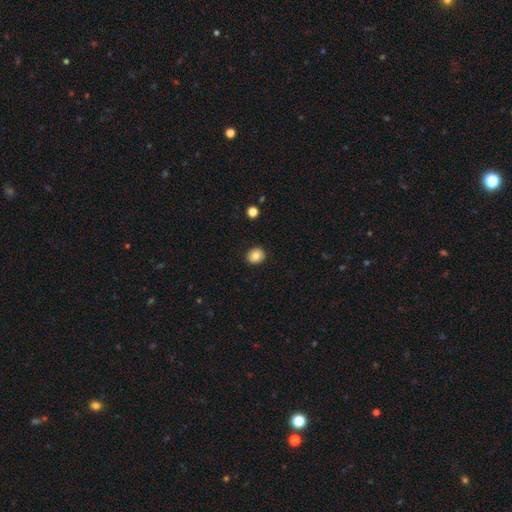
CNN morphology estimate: This is likely a smooth galaxy (79%). How rounded: likely round (78%). Merging: clearly none (91%).